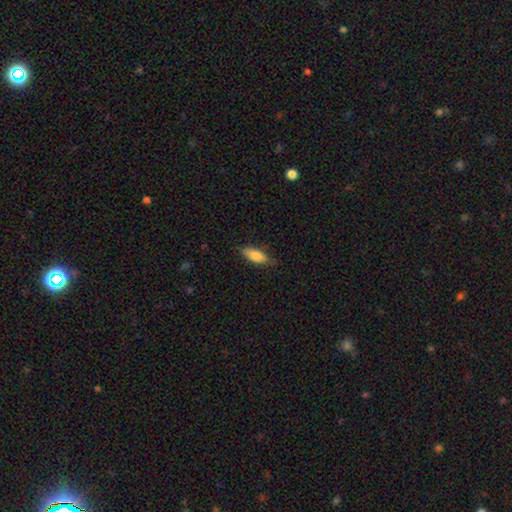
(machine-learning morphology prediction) Smooth or featured? Predicted: smooth (p=0.80). How rounded? Predicted: in between (p=0.70). Merging? Predicted: none (p=0.79).